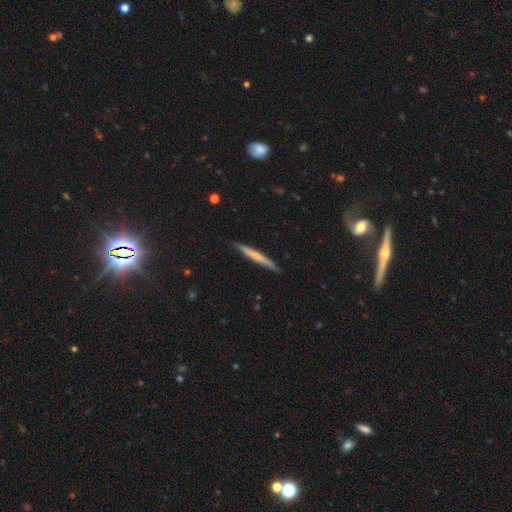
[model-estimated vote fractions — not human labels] smooth_or_featured: smooth (p=0.52) [alt: featured or disk p=0.43]
how_rounded: cigar-shaped (p=0.96) [alt: in between p=0.02]
merging: none (p=0.89) [alt: minor disturbance p=0.08]